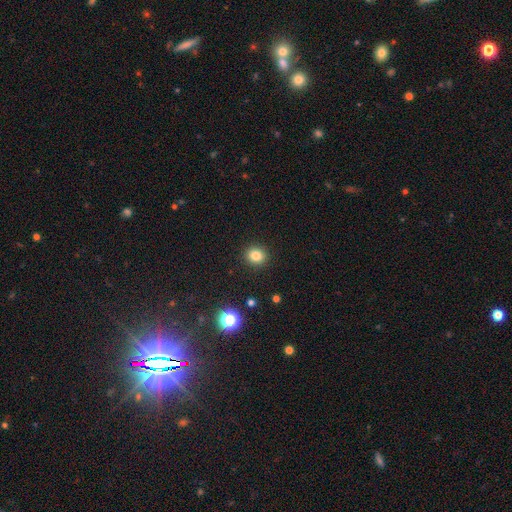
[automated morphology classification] This is clearly a smooth galaxy (81%). How rounded: clearly round (81%). Merging: clearly none (91%).